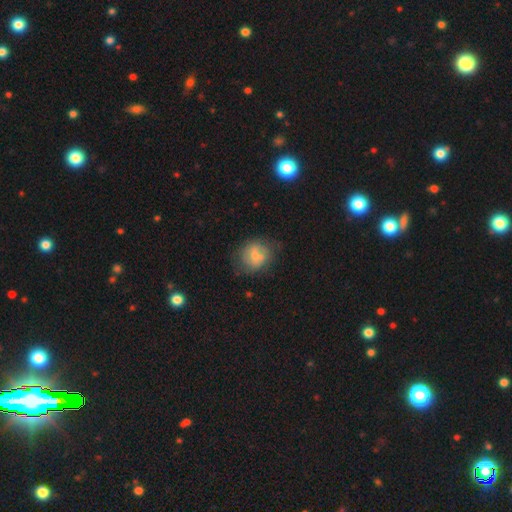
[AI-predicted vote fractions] Smooth or featured? smooth (56%)
How rounded? round (68%)
Merging? none (56%)